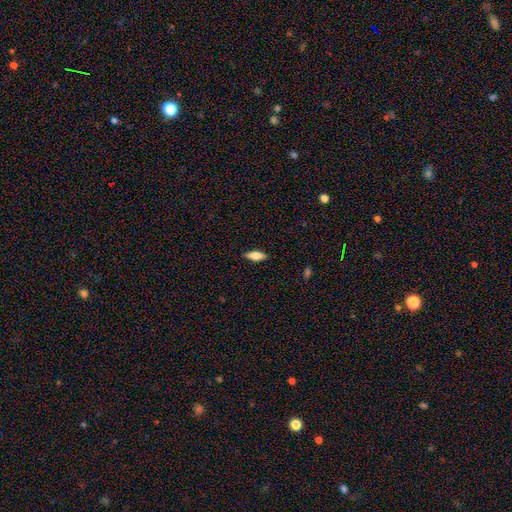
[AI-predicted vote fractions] A smooth galaxy with no disk features (77%) that is in between round and cigar-shaped (69%). Merging: none (87%).